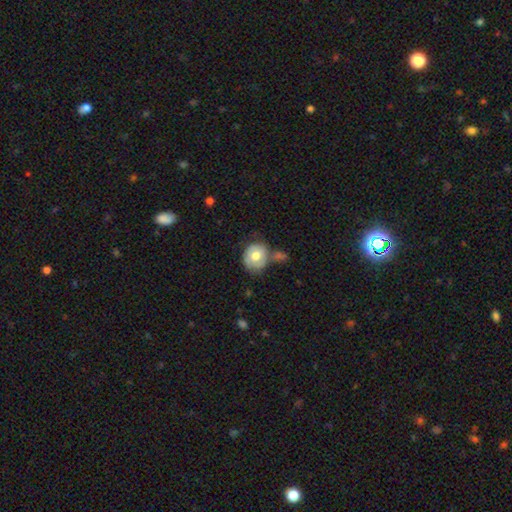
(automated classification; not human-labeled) Morphology: type=smooth (63%); roundness=round (73%); merging=none (48%).